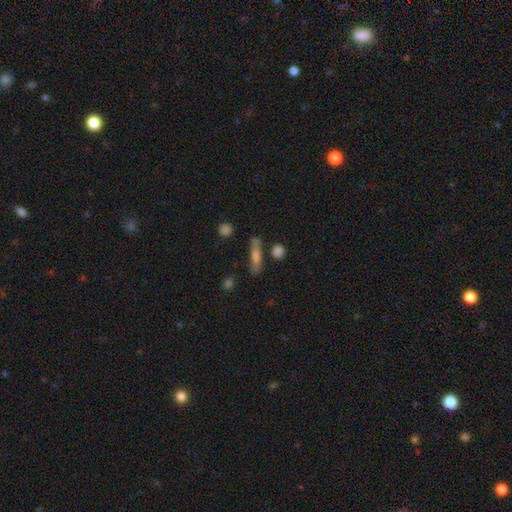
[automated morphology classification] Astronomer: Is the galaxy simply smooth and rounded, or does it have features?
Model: smooth — 54% (runner-up: featured or disk, 33%).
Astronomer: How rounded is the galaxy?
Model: cigar-shaped — 75%.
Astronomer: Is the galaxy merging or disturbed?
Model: none — 73%.